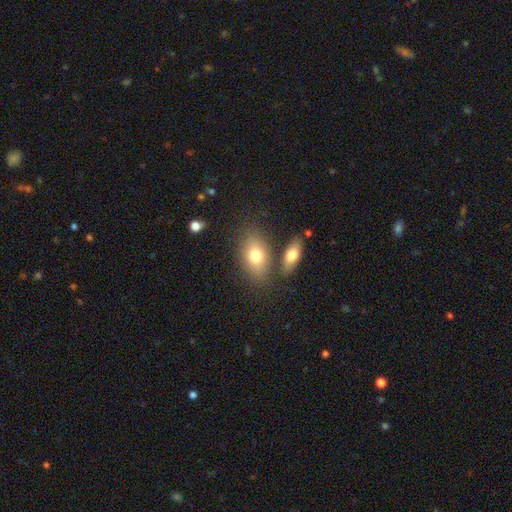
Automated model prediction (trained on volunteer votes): Morphology: type=smooth (75%); roundness=in between (84%); merging=none (68%).